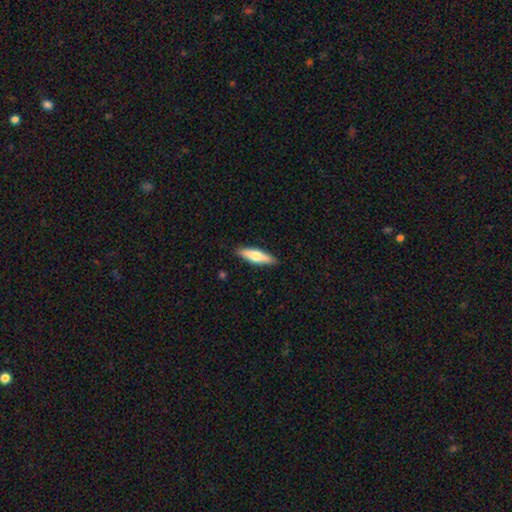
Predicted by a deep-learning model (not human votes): Overall: smooth (60%; featured or disk 35%). How rounded: cigar-shaped (65%; in between 33%). Merging: none (89%).